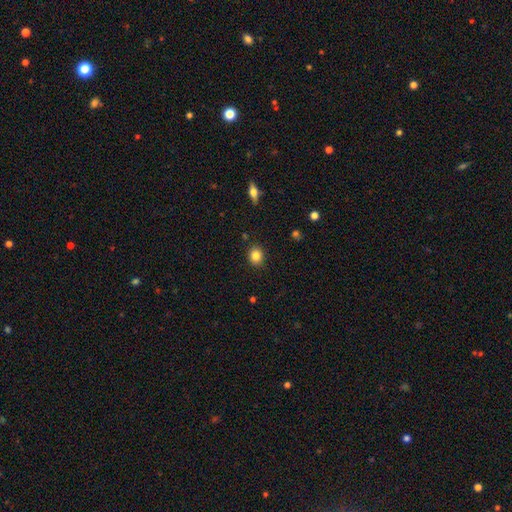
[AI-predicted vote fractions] Smooth or featured: smooth — 84% (star or artifact — 10%)
How rounded: round — 74% (in between — 25%)
Merging: none — 89% (minor disturbance — 8%)